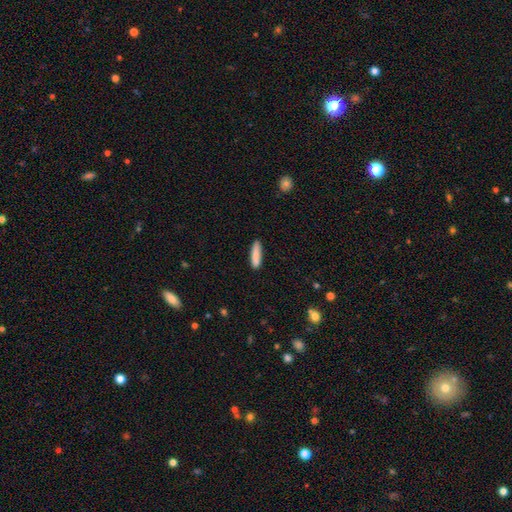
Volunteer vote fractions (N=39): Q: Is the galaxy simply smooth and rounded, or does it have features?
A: smooth — 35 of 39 (90%).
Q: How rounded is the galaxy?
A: cigar-shaped — 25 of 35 (71%).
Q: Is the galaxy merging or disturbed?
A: none — 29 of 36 (81%).